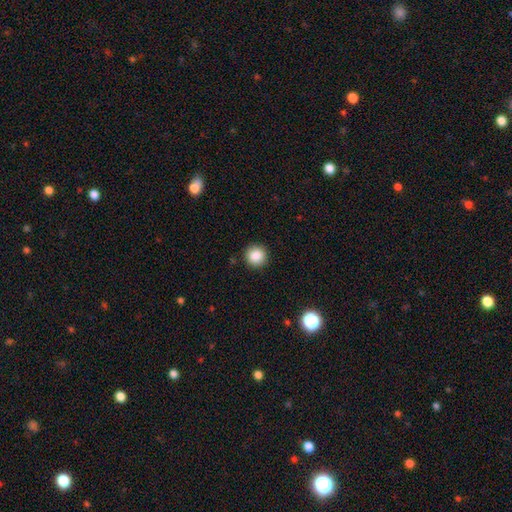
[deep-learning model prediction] This is clearly a smooth galaxy (87%). How rounded: clearly round (94%). Merging: clearly none (91%).